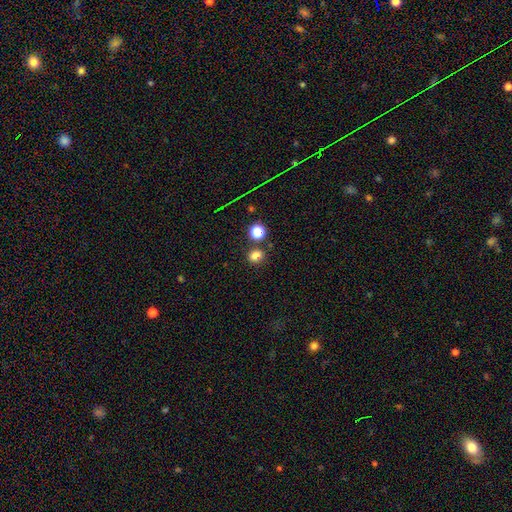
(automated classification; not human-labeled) This is likely a smooth galaxy (77%). How rounded: likely round (67%). Merging: likely none (75%).